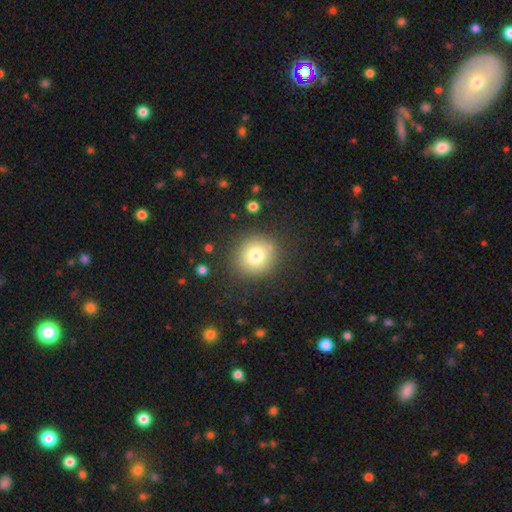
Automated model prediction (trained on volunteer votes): A smooth galaxy with no disk features (76%) that is round (89%). Merging: none (85%).